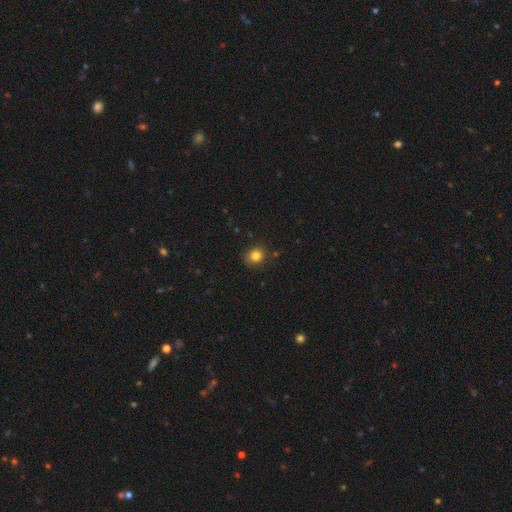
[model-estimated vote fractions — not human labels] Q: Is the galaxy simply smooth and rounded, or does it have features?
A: smooth — 83%.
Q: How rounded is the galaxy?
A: round — 73%.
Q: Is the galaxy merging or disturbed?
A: none — 83%.